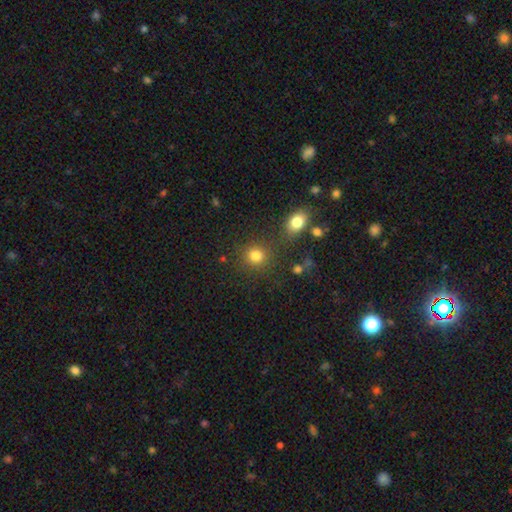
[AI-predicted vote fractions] smooth_or_featured: smooth (p=0.81) [alt: star or artifact p=0.13]
how_rounded: round (p=0.85) [alt: in between p=0.14]
merging: none (p=0.77) [alt: merger p=0.09]